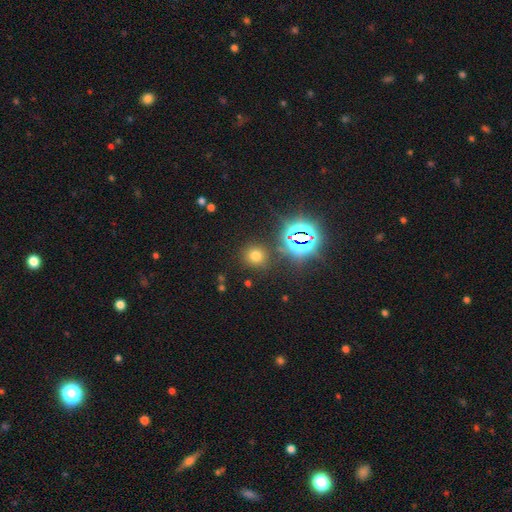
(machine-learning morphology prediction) This is likely a smooth galaxy (62%). How rounded: clearly round (89%). Merging: clearly none (84%).